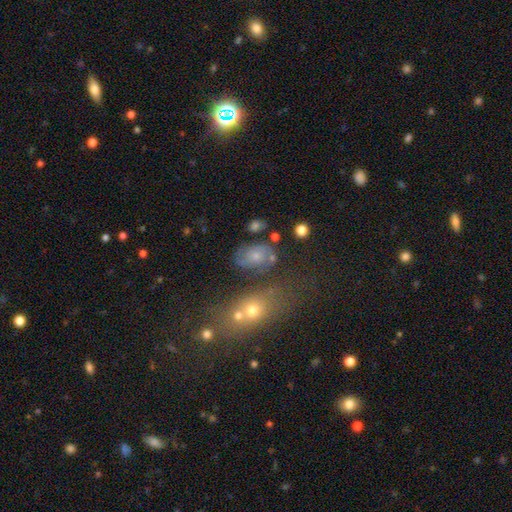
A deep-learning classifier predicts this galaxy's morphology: Smooth or featured?
  - featured or disk: 45% *
  - smooth: 42%
  - star or artifact: 13%
Merging?
  - none: 58% *
  - minor disturbance: 22%
  - major disturbance: 11%
  - merger: 9%